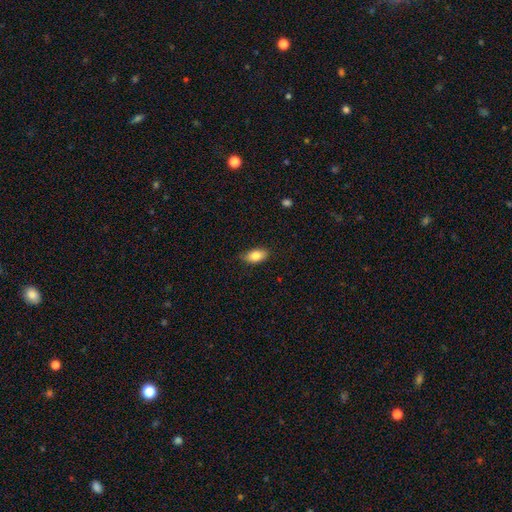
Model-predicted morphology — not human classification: Q: Smooth or featured?
A: smooth (82%); runner-up: featured or disk (11%)
Q: How rounded?
A: in between (90%); runner-up: round (6%)
Q: Merging?
A: none (81%); runner-up: minor disturbance (16%)